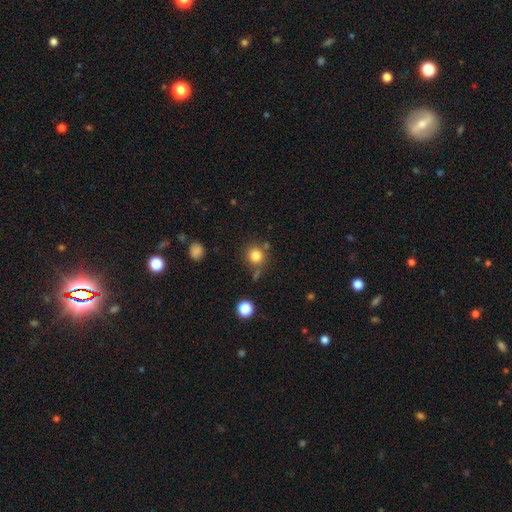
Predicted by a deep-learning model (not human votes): smooth-or-featured: smooth: 82% | star or artifact: 12% | featured or disk: 6%
  how-rounded: round: 90% | in between: 9% | cigar-shaped: 1%
  merging: none: 74% | minor disturbance: 11% | merger: 10% | major disturbance: 4%